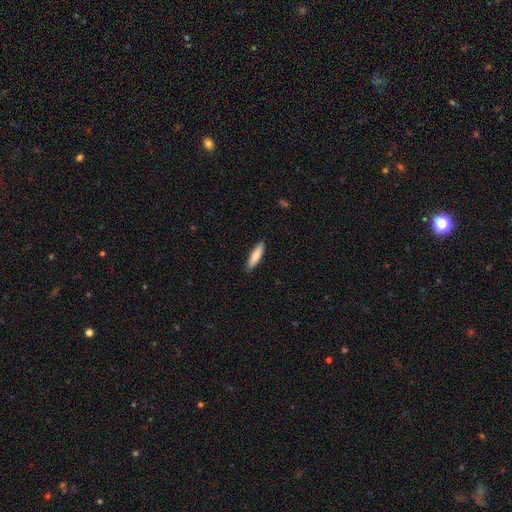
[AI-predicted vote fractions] smooth 80%, featured or disk 15%, star or artifact 5%. Down the decision tree: how rounded — cigar-shaped (69%); merging — none (88%).